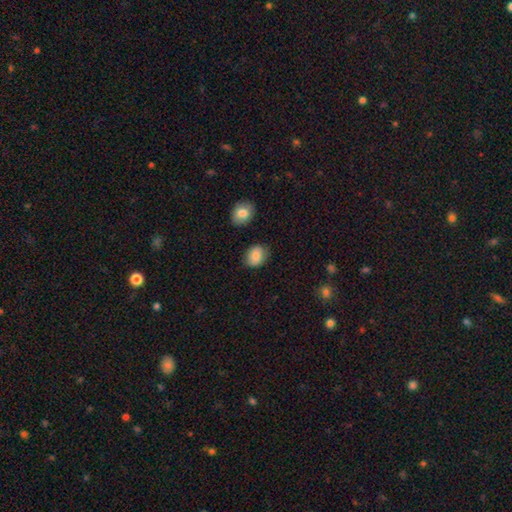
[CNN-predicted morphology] Smooth or featured?
  - smooth: 86% *
  - star or artifact: 8%
  - featured or disk: 6%
How rounded?
  - in between: 63% *
  - round: 36%
  - cigar-shaped: 1%
Merging?
  - none: 76% *
  - minor disturbance: 18%
  - major disturbance: 4%
  - merger: 2%